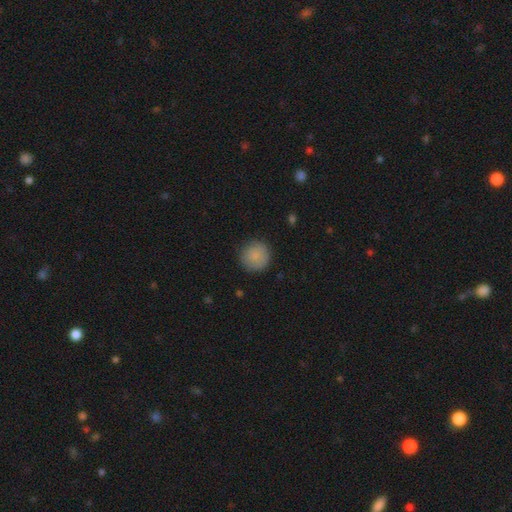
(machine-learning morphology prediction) Smooth or featured: smooth — 87% (star or artifact — 8%)
How rounded: round — 95% (in between — 4%)
Merging: none — 87% (minor disturbance — 9%)